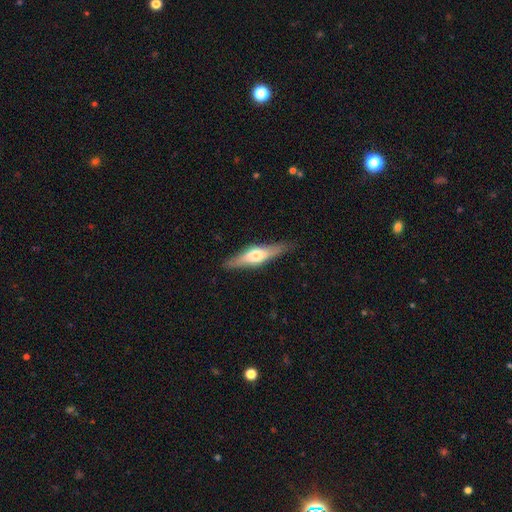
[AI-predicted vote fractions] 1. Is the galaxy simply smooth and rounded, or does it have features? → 58% featured or disk, 37% smooth, 5% star or artifact.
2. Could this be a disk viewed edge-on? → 93% yes, 7% no.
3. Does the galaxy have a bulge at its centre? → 87% rounded, 9% boxy, 4% none.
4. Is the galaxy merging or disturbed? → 86% none, 10% minor disturbance, 2% major disturbance, 1% merger.